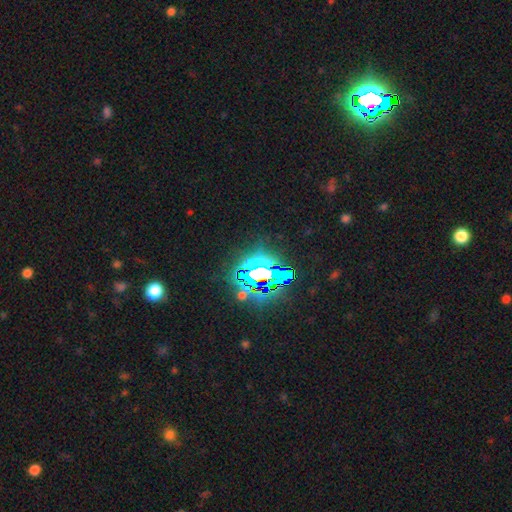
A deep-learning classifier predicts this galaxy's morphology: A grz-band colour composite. It shows a star or artifact, not a galaxy (78%).